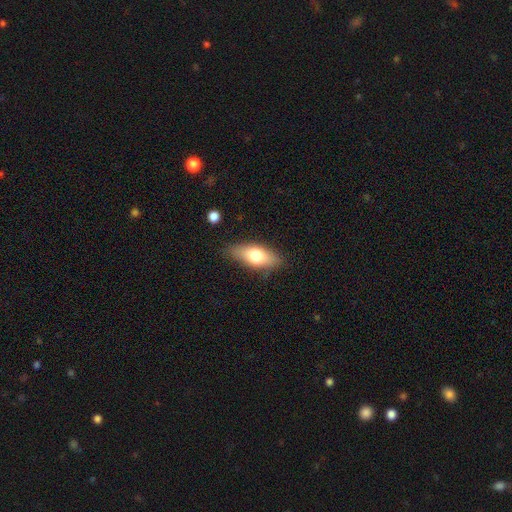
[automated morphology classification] Q: Smooth or featured?
A: smooth (69%); runner-up: featured or disk (24%)
Q: How rounded?
A: in between (76%); runner-up: cigar-shaped (20%)
Q: Merging?
A: none (80%); runner-up: minor disturbance (15%)